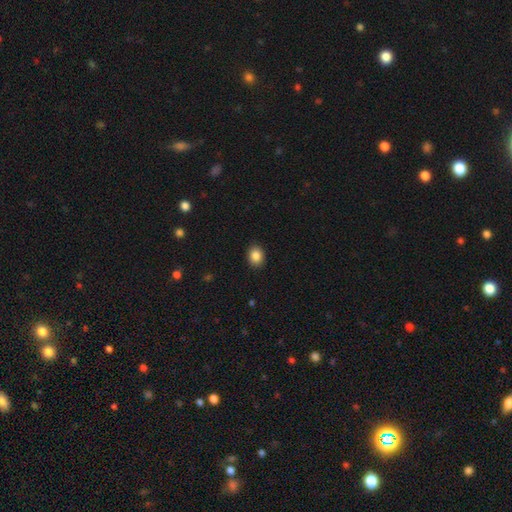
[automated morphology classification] smooth 87%, star or artifact 9%, featured or disk 4%. Down the decision tree: how rounded — round (50%); merging — none (90%).